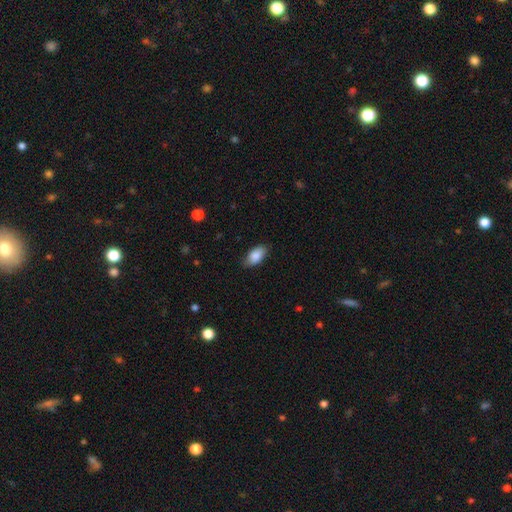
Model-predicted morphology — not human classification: smooth-or-featured: smooth: 88% | star or artifact: 7% | featured or disk: 6%
  how-rounded: in between: 93% | round: 4% | cigar-shaped: 3%
  merging: none: 81% | minor disturbance: 15% | major disturbance: 3% | merger: 1%